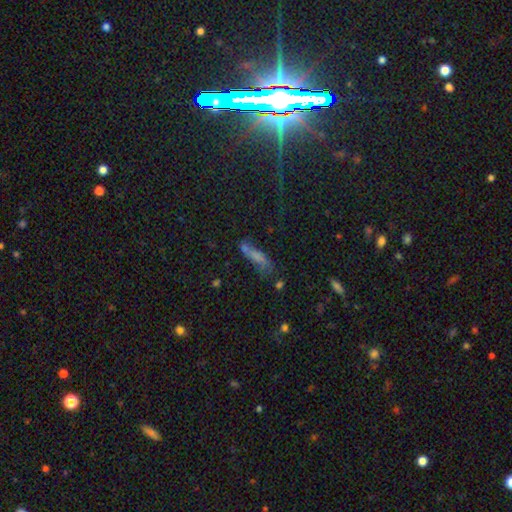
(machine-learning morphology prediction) smooth-or-featured: smooth: 56% | featured or disk: 23% | star or artifact: 21%
  how-rounded: cigar-shaped: 63% | in between: 33% | round: 4%
  merging: none: 47% | minor disturbance: 22% | merger: 17% | major disturbance: 14%